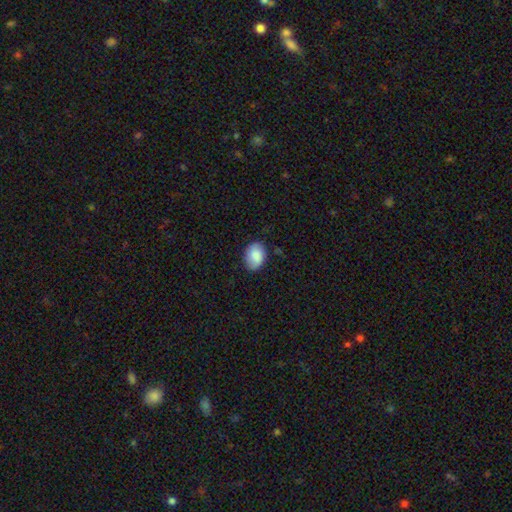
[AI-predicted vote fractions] A smooth galaxy with no disk features (82%) that is in between round and cigar-shaped (76%). Merging: none (74%).